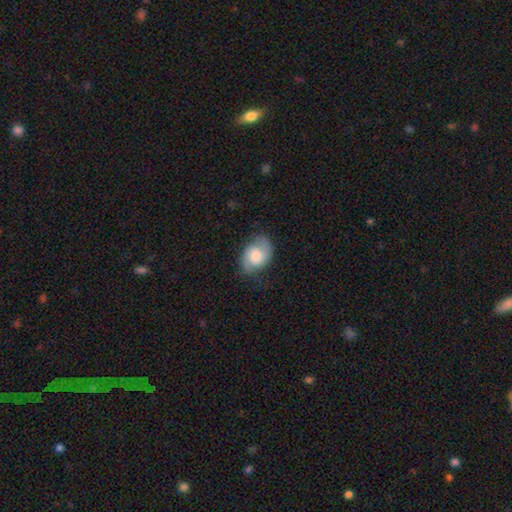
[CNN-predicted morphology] A featured or disk galaxy (51%). Merging: none (68%).